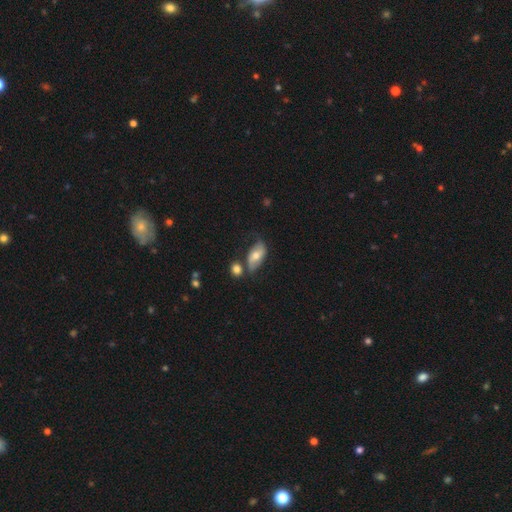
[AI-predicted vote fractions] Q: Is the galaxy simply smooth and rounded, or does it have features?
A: smooth — 49%.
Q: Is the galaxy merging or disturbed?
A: none — 56%.